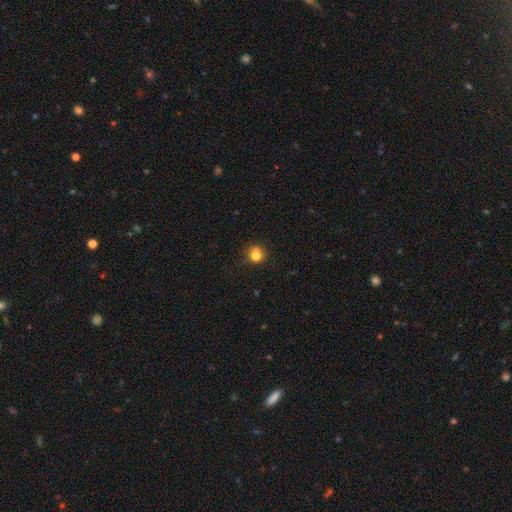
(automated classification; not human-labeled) Morphology: type=smooth (78%); roundness=round (86%); merging=none (67%).